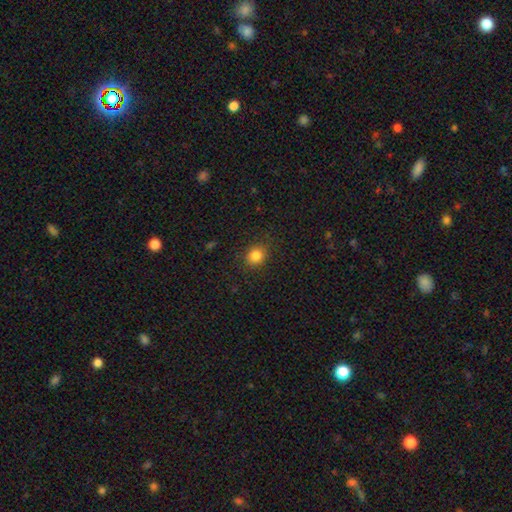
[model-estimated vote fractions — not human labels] This is clearly a smooth galaxy (84%). How rounded: likely round (70%). Merging: clearly none (87%).